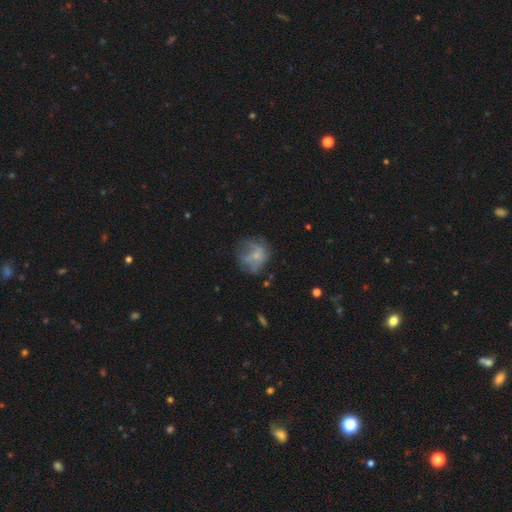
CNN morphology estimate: A featured or disk galaxy (44%, tied with smooth).

Vote fractions:
- Smooth or featured? featured or disk: 44% (tied) / smooth: 44% (tied) / star or artifact: 12%
- Merging? none: 47% / major disturbance: 26% / minor disturbance: 23% / merger: 4%